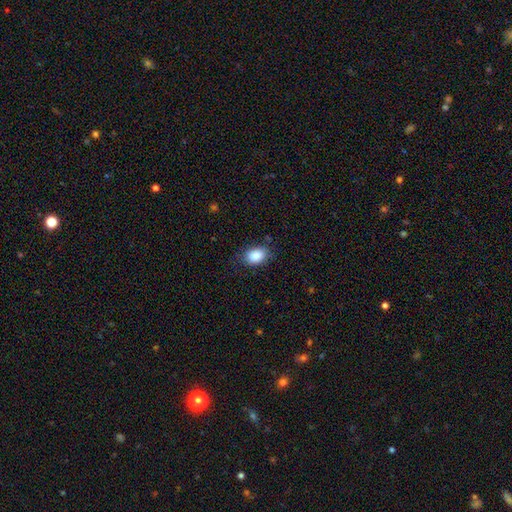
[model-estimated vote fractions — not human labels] Smooth or featured?
  - smooth: 87% *
  - star or artifact: 8%
  - featured or disk: 5%
How rounded?
  - in between: 80% *
  - round: 19%
  - cigar-shaped: 1%
Merging?
  - none: 80% *
  - minor disturbance: 15%
  - major disturbance: 4%
  - merger: 1%